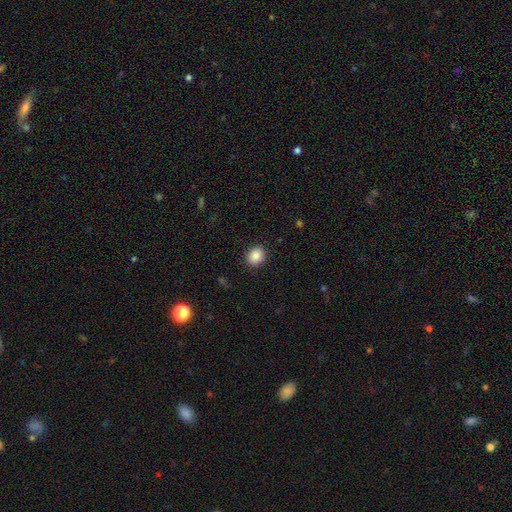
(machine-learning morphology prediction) Q: Smooth or featured?
A: smooth (87%); runner-up: star or artifact (9%)
Q: How rounded?
A: round (74%); runner-up: in between (25%)
Q: Merging?
A: none (91%); runner-up: minor disturbance (6%)